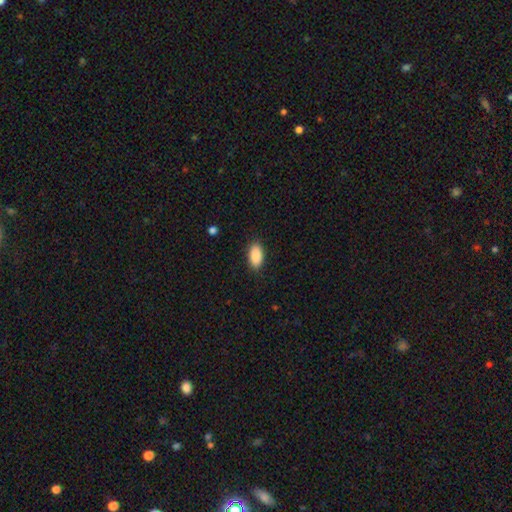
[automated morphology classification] The model was most divided on "merging": none: 88%, minor disturbance: 9%, major disturbance: 2%, merger: 1%. More confident: how rounded — in between (93%); smooth or featured — smooth (90%).